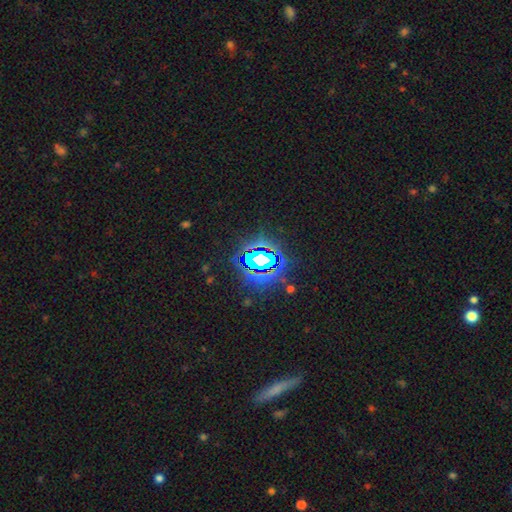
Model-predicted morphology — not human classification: A star or artifact, not a galaxy (77%).